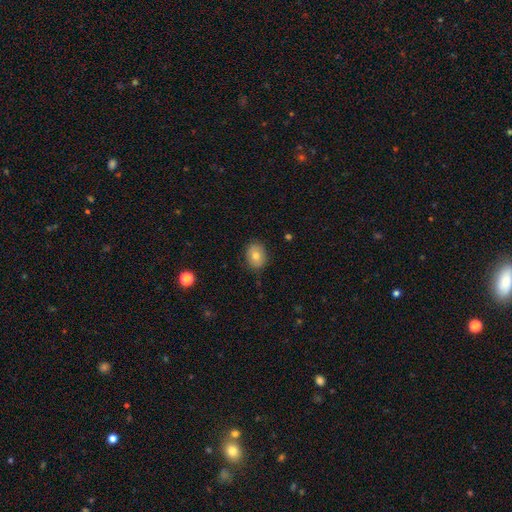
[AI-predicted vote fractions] Q: Smooth or featured?
A: smooth (75%); runner-up: featured or disk (15%)
Q: How rounded?
A: round (50%); runner-up: in between (49%)
Q: Merging?
A: none (85%); runner-up: minor disturbance (12%)